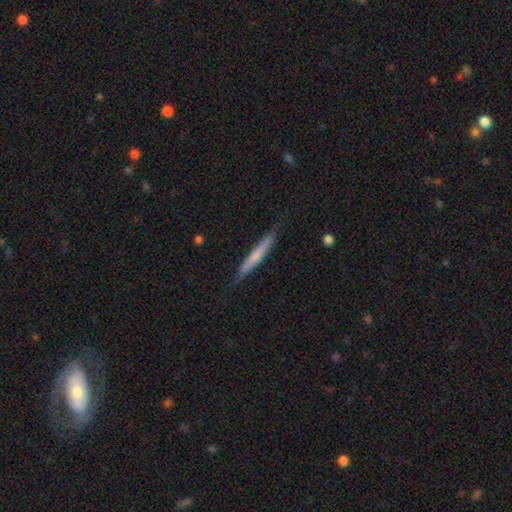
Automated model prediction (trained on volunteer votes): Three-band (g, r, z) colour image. It shows a smooth galaxy with no disk features (52%) that is cigar-shaped (95%). Merging: none (80%).